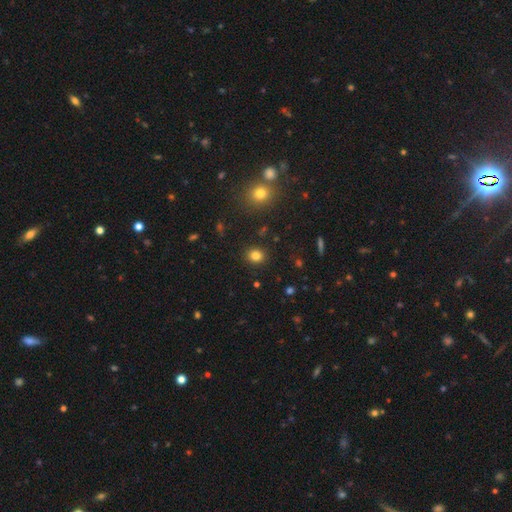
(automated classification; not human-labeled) smooth 82%, star or artifact 13%, featured or disk 5%. Down the decision tree: how rounded — round (75%); merging — none (90%).